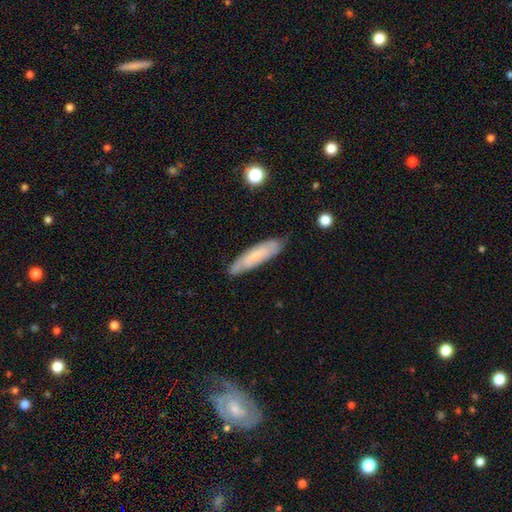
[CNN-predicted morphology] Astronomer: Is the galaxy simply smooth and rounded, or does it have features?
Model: smooth — 56% (runner-up: featured or disk, 37%).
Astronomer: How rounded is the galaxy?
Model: cigar-shaped — 72%.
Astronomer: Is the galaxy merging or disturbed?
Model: none — 79%.